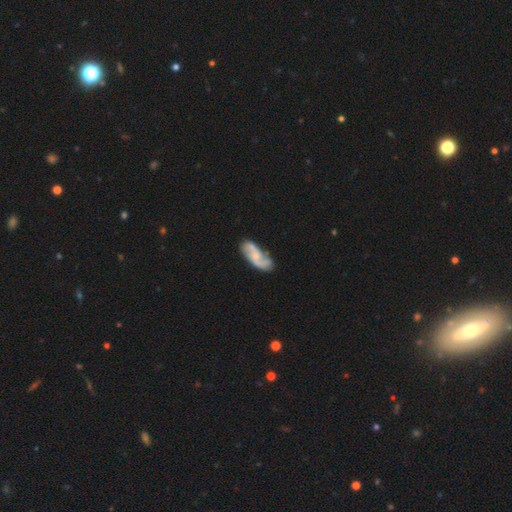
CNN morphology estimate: Smooth or featured? featured or disk (69%)
Edge-on disk? no (94%)
Bar? no (56%)
Spiral arms? yes (91%)
Spiral winding? loose (43%)
Spiral arm count? 2 (84%)
Bulge size? small (58%)
Merging? none (65%)